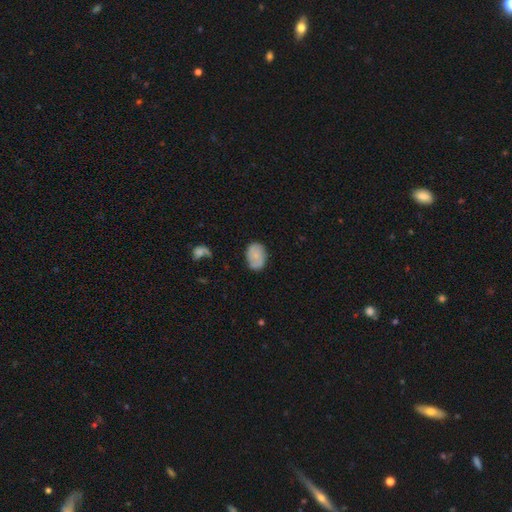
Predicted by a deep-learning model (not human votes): Smooth or featured?
  - smooth: 67% *
  - featured or disk: 25%
  - star or artifact: 8%
How rounded?
  - in between: 82% *
  - round: 17%
  - cigar-shaped: 1%
Merging?
  - none: 72% *
  - minor disturbance: 21%
  - major disturbance: 5%
  - merger: 2%